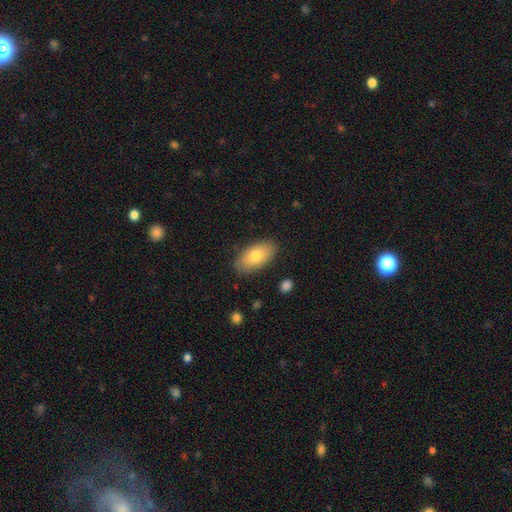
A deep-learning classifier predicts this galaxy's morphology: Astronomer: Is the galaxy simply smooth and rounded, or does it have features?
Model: smooth — 78%.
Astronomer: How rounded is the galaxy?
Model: in between — 93%.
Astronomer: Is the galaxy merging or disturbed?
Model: none — 87%.